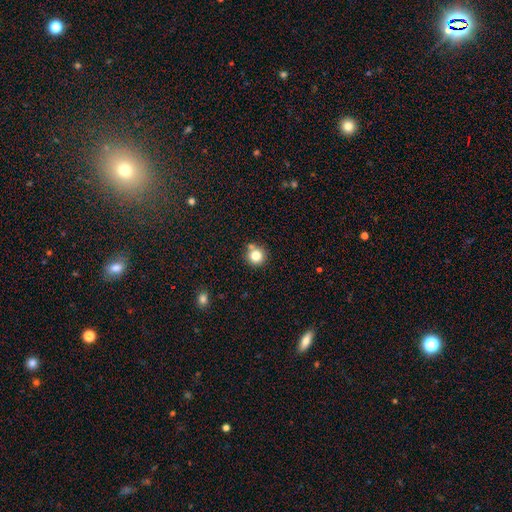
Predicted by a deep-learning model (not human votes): This is clearly a smooth galaxy (81%). How rounded: clearly round (94%). Merging: likely none (75%).